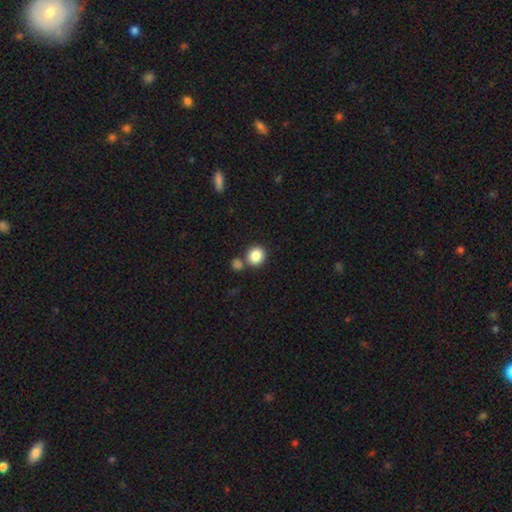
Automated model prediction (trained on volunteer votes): This is clearly a smooth galaxy (86%). How rounded: clearly round (85%). Merging: likely none (69%).